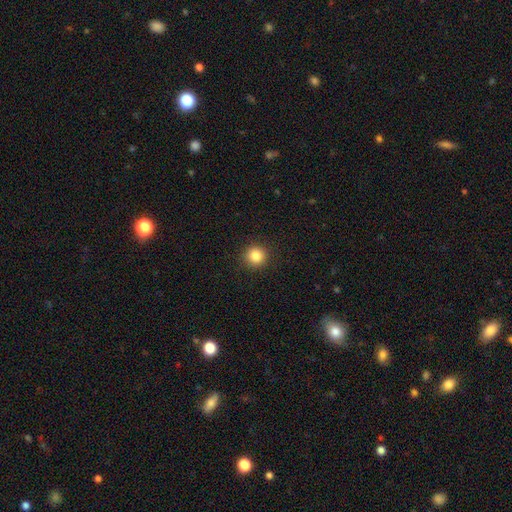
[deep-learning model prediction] This appears to be a smooth galaxy with no disk features (84%) that is round (94%). Merging: none (92%).